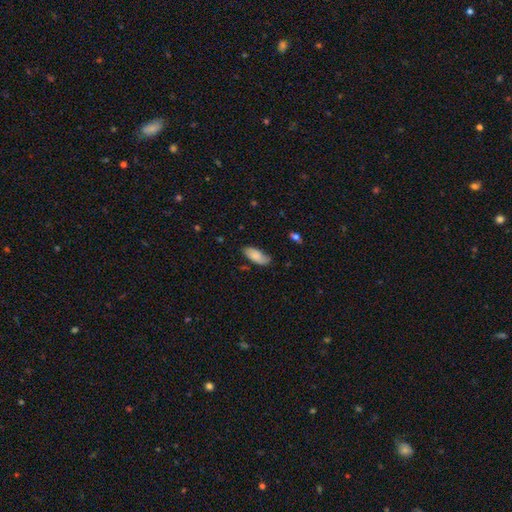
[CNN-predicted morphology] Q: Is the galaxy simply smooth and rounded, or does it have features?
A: smooth — 76%.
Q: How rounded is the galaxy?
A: in between — 88%.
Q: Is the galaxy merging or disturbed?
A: none — 71%.